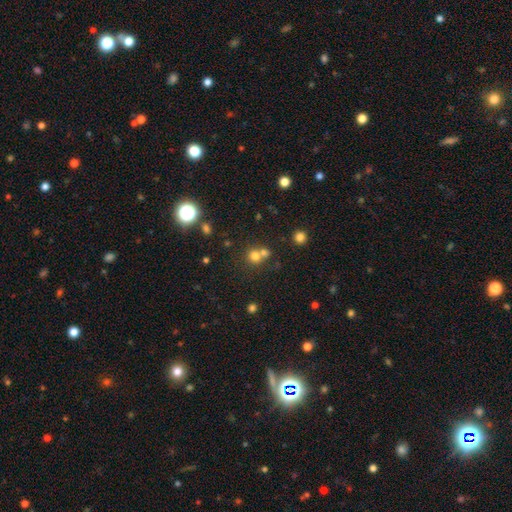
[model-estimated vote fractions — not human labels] smooth_or_featured: smooth (p=0.69) [alt: star or artifact p=0.21]
how_rounded: round (p=0.86) [alt: in between p=0.13]
merging: none (p=0.50) [alt: merger p=0.41]